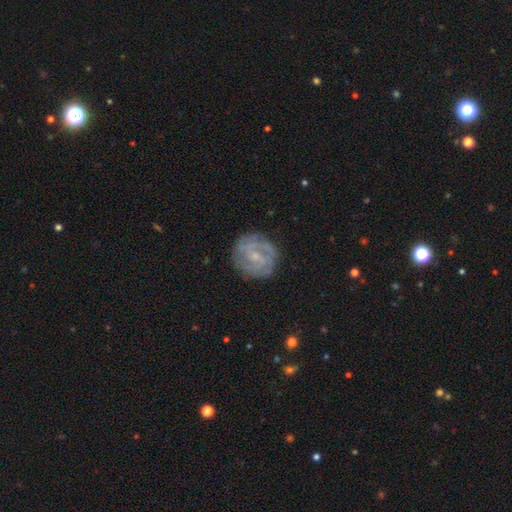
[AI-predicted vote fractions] Overall: featured or disk (76%). Edge-on disk: no (97%). Bar: weak (49%; no 37%). Spiral arms: yes (89%). Spiral arm count: 2 (37%; can't tell 31%). Spiral winding: tight (57%; medium 33%). Bulge size: small (71%). Merging: none (82%).